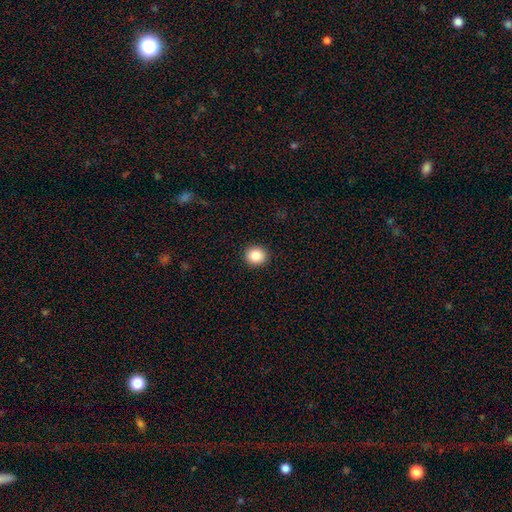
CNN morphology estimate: Overall: smooth (87%). How rounded: round (84%). Merging: none (92%).